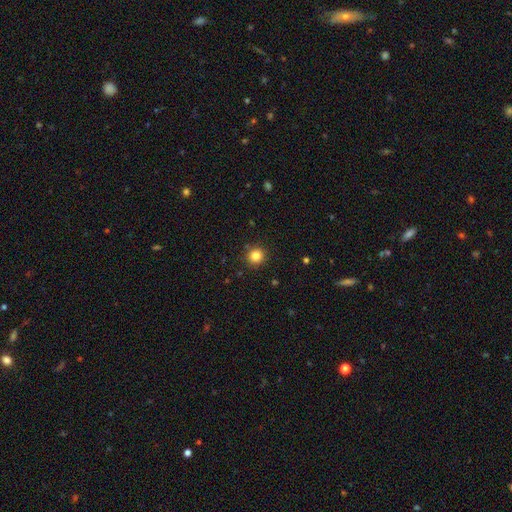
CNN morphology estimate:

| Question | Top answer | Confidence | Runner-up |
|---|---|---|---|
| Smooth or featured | smooth | 83% | star or artifact (12%) |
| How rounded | round | 93% | in between (6%) |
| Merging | none | 91% | minor disturbance (6%) |